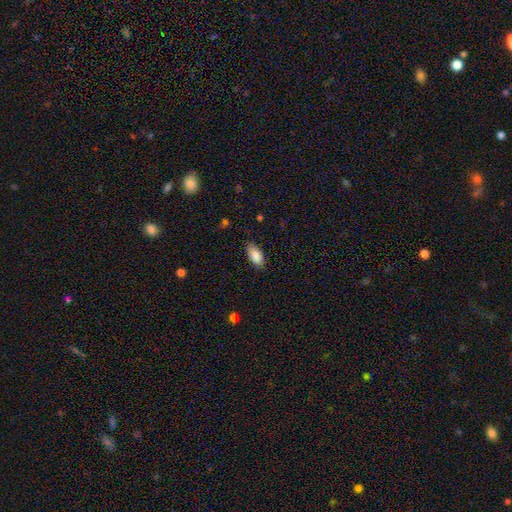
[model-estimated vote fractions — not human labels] A smooth galaxy with no disk features (87%) that is in between round and cigar-shaped (91%). Merging: none (81%).